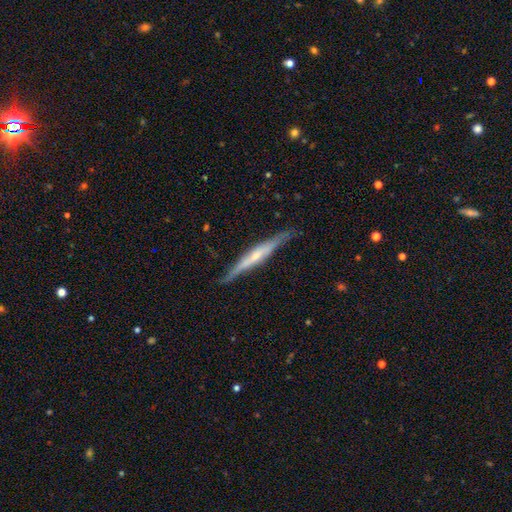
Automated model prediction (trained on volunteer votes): smooth-or-featured: featured or disk: 69% | smooth: 26% | star or artifact: 6%
  disk-edge-on: yes: 96% | no: 4%
    edge-on-bulge: rounded: 52% | none: 34% | boxy: 14%
  merging: none: 85% | minor disturbance: 12% | major disturbance: 2% | merger: 1%